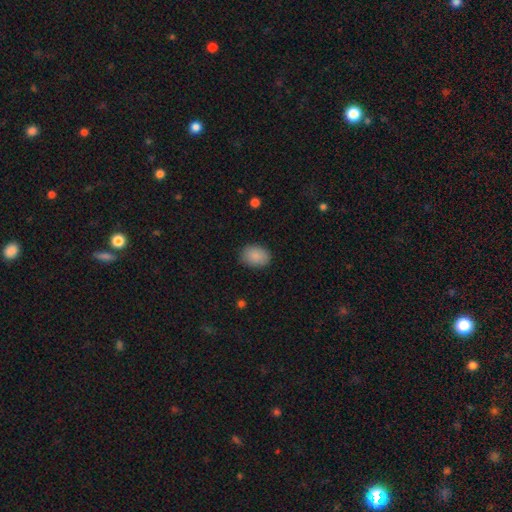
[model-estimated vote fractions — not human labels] The model was most divided on "how rounded": in between: 72%, round: 27%, cigar-shaped: 1%. More confident: smooth or featured — smooth (89%); merging — none (85%).